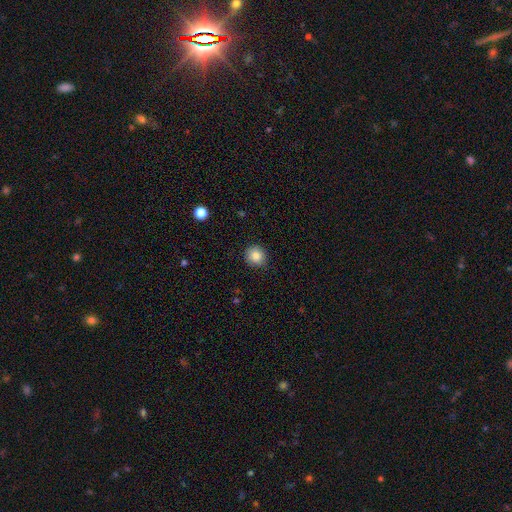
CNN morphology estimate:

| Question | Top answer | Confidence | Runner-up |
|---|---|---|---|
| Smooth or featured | smooth | 84% | star or artifact (10%) |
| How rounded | round | 88% | in between (11%) |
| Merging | none | 88% | minor disturbance (9%) |